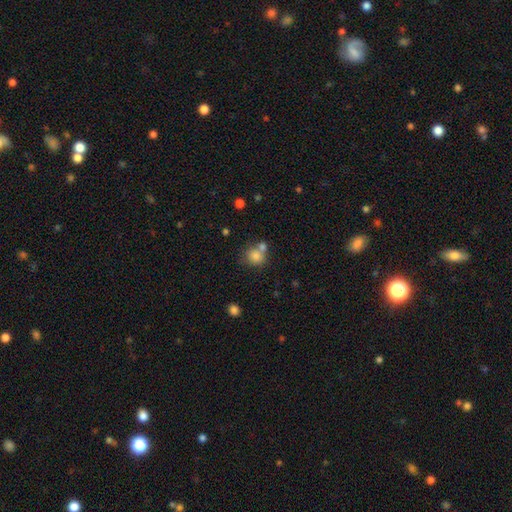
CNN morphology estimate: smooth 81%, star or artifact 11%, featured or disk 9%. Down the decision tree: how rounded — round (81%); merging — none (50%).